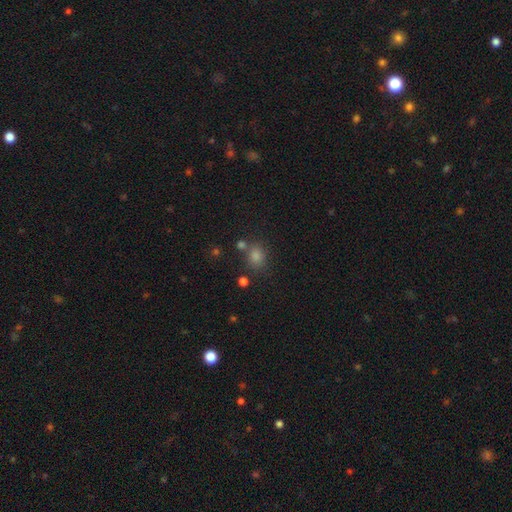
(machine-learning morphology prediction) smooth_or_featured: smooth (p=0.70) [alt: star or artifact p=0.23]
how_rounded: round (p=0.64) [alt: in between p=0.35]
merging: none (p=0.73) [alt: merger p=0.12]